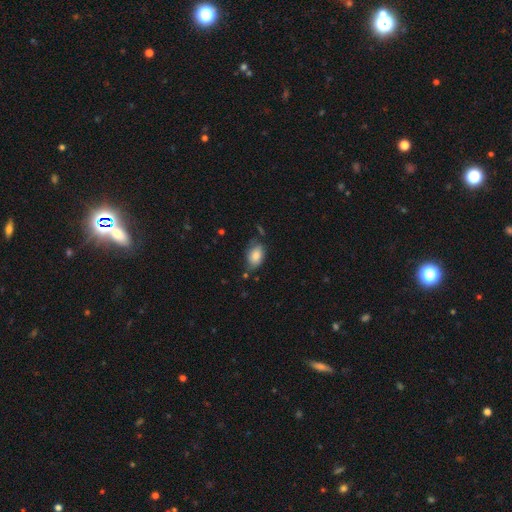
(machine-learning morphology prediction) This appears to be a smooth galaxy with no disk features (83%) that is in between round and cigar-shaped (89%). Merging: none (61%).